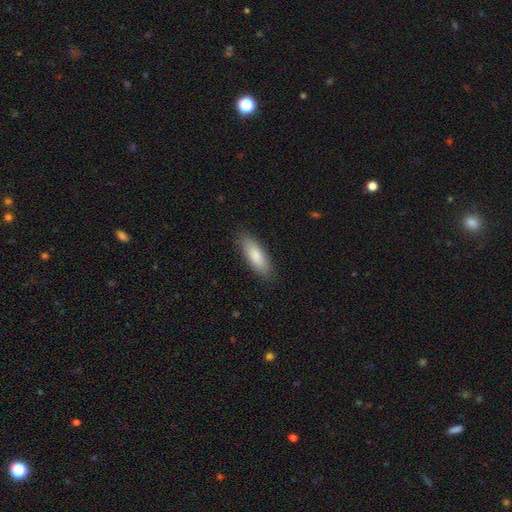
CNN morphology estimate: type=smooth (84%); roundness=in between (56%); merging=none (87%).